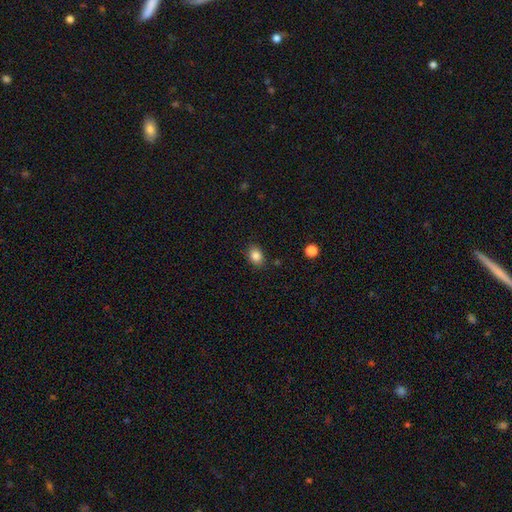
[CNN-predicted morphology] This is clearly a smooth galaxy (85%). How rounded: likely in between (65%). Merging: clearly none (84%).